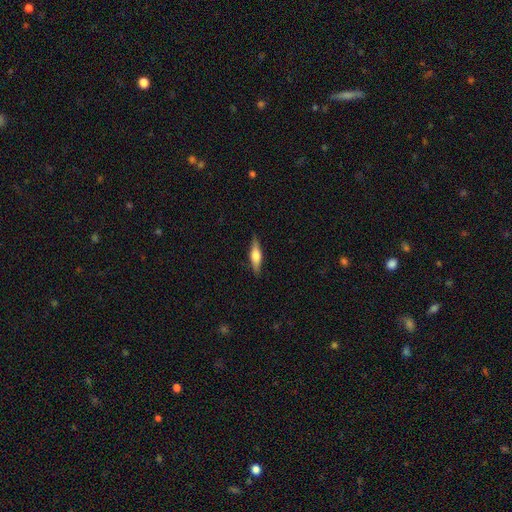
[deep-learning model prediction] featured or disk 48%, smooth 45%, star or artifact 6%. Down the decision tree: merging — none (88%).